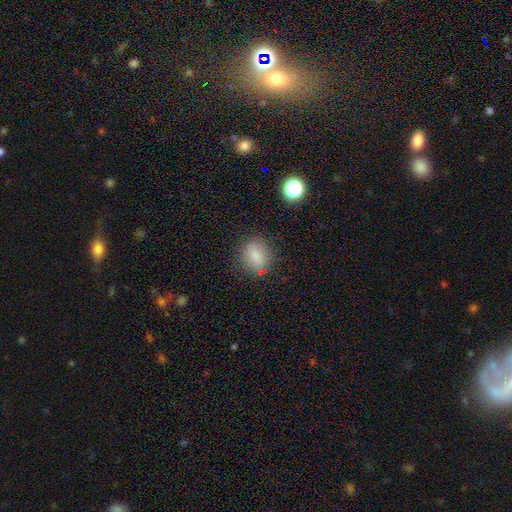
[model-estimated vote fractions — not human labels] smooth 81%, star or artifact 10%, featured or disk 9%. Down the decision tree: how rounded — round (59%); merging — none (80%).